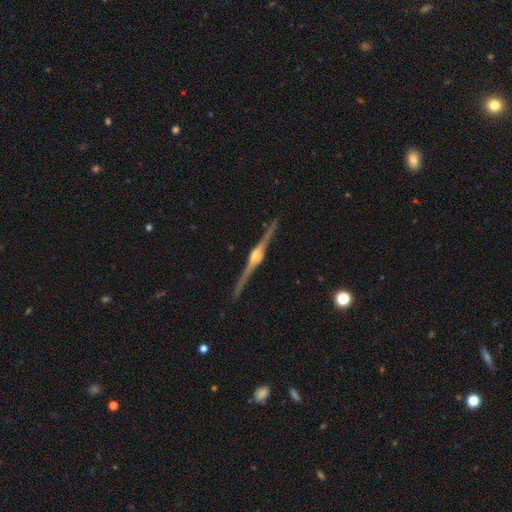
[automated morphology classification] Smooth or featured: featured or disk — 90% (smooth — 6%)
Edge-on disk: yes — 99% (no — 1%)
Edge-on bulge: rounded — 91% (boxy — 7%)
Merging: none — 91% (minor disturbance — 7%)